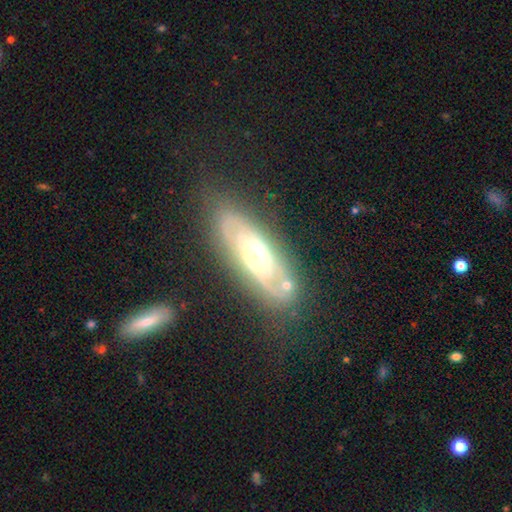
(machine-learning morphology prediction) Q: Smooth or featured?
A: featured or disk (74%); runner-up: smooth (19%)
Q: Edge-on disk?
A: no (77%); runner-up: yes (23%)
Q: Bar?
A: no (67%); runner-up: weak (25%)
Q: Spiral arms?
A: yes (68%); runner-up: no (32%)
Q: Bulge size?
A: moderate (61%); runner-up: large (28%)
Q: Merging?
A: none (73%); runner-up: minor disturbance (17%)